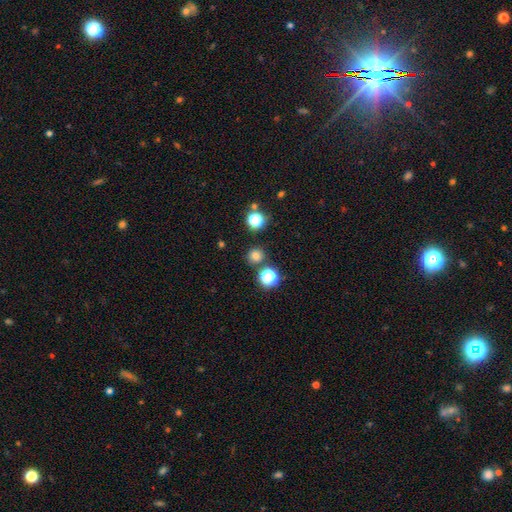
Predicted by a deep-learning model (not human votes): Morphology: type=smooth (74%); roundness=round (91%); merging=none (83%).